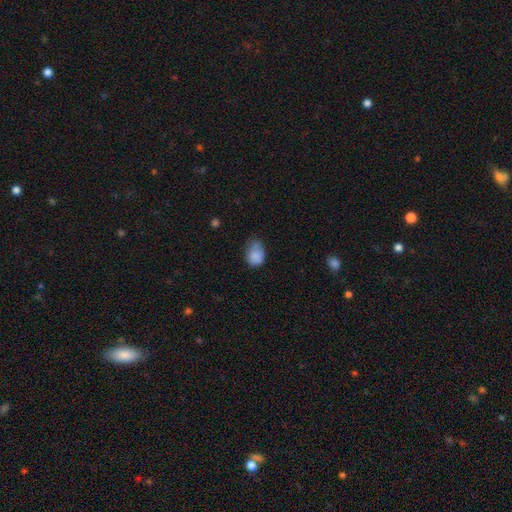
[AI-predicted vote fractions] This is clearly a smooth galaxy (80%). How rounded: likely in between (62%). Merging: marginally minor disturbance (41%).